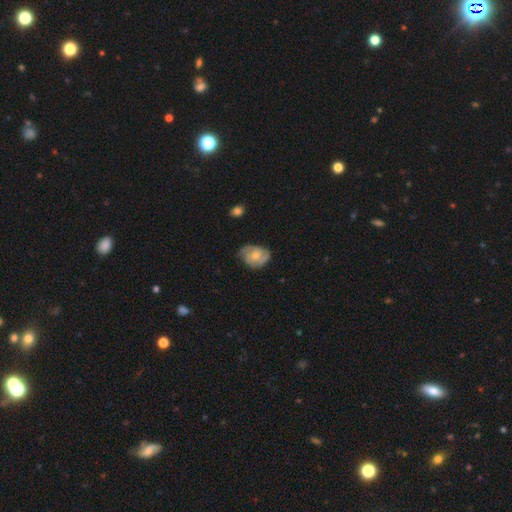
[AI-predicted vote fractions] A featured or disk galaxy (67%) with no bar (67%), 2 (55%) medium (44%) spiral arms (91%) and a small central bulge (48%). Merging: none (64%).